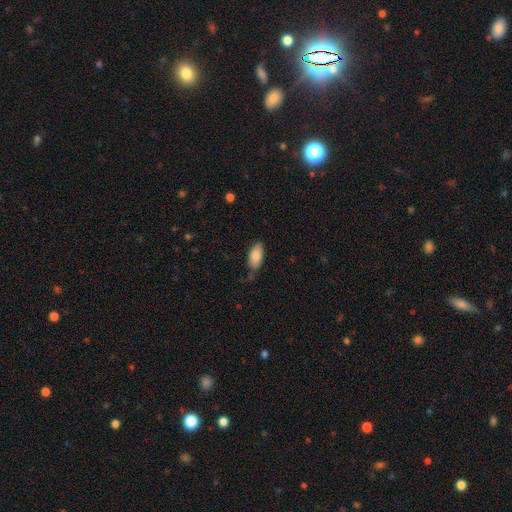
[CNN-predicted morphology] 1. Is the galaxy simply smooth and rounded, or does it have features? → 85% smooth, 8% featured or disk, 6% star or artifact.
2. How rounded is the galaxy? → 90% in between, 8% cigar-shaped, 2% round.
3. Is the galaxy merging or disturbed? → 72% none, 22% minor disturbance, 4% major disturbance, 3% merger.